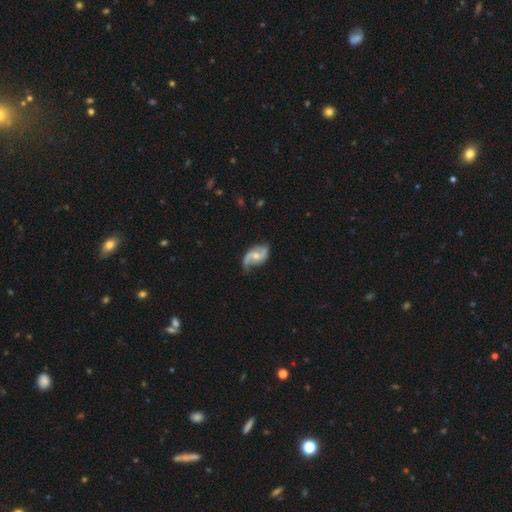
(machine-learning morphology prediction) smooth-or-featured: featured or disk: 84% | smooth: 11% | star or artifact: 5%
  disk-edge-on: no: 97% | yes: 3%
    bar: no: 50% | weak: 39% | strong: 10%
    has-spiral-arms: yes: 96% | no: 4%
      spiral-winding: loose: 51% | medium: 37% | tight: 11%
      spiral-arm-count: 2: 89% | 1: 4% | can't tell: 3% | 3: 1% | 4: 1% | more than 4: 1%
    bulge-size: moderate: 57% | small: 37% | none: 3% | large: 2% | dominant: 1%
  merging: none: 63% | minor disturbance: 25% | major disturbance: 10% | merger: 2%